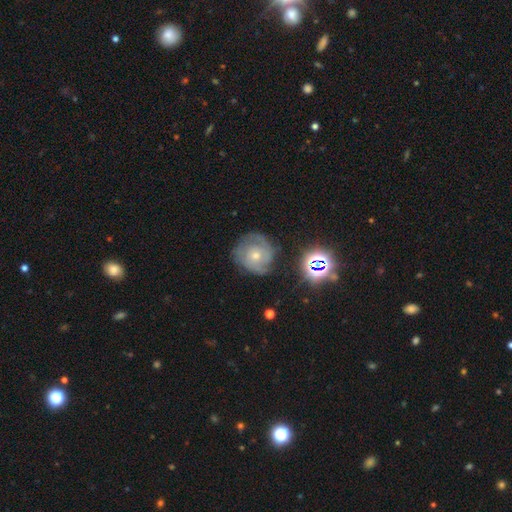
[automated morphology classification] This appears to be a featured or disk galaxy (60%) with no bar (82%), spiral arms (80%) and a small central bulge (47%, tied with moderate). Merging: none (63%).